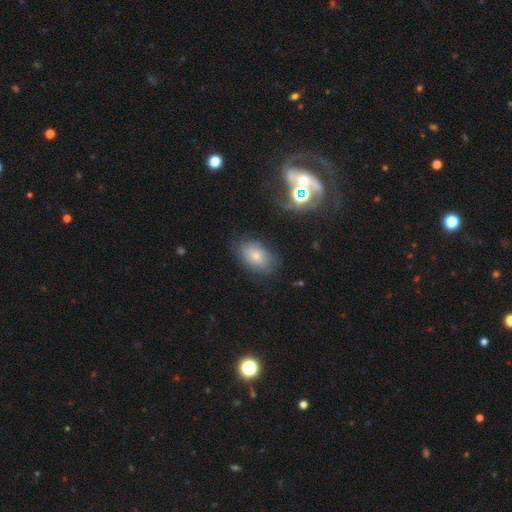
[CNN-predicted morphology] smooth-or-featured: smooth: 65% | featured or disk: 24% | star or artifact: 12%
  how-rounded: in between: 87% | round: 11% | cigar-shaped: 1%
  merging: none: 68% | minor disturbance: 21% | major disturbance: 9% | merger: 2%